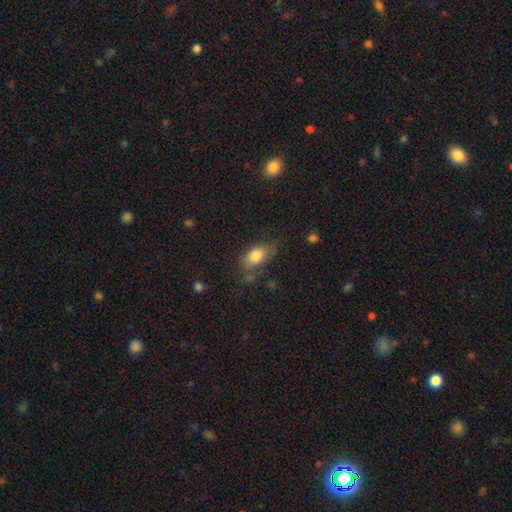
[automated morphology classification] smooth_or_featured: smooth (p=0.81) [alt: featured or disk p=0.11]
how_rounded: in between (p=0.88) [alt: round p=0.08]
merging: none (p=0.59) [alt: minor disturbance p=0.25]